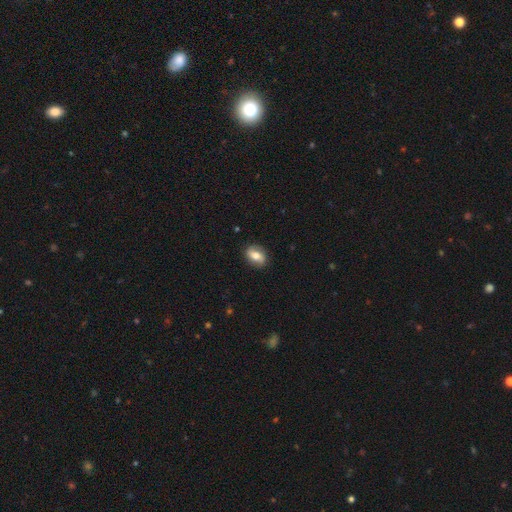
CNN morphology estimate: This appears to be a smooth galaxy with no disk features (57%) that is in between round and cigar-shaped (71%). Merging: none (86%).